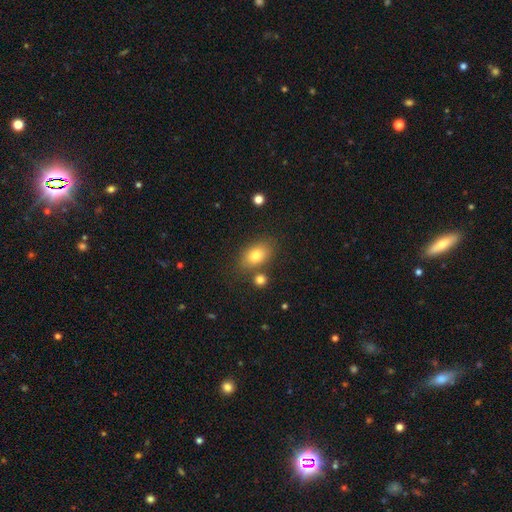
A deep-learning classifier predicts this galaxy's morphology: A smooth galaxy with no disk features (79%) that is in between round and cigar-shaped (84%). Merging: none (72%).